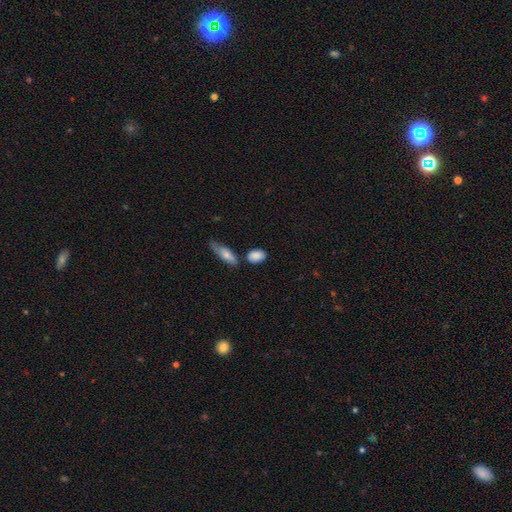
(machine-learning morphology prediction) Q: Smooth or featured?
A: smooth (87%); runner-up: featured or disk (7%)
Q: How rounded?
A: in between (85%); runner-up: round (12%)
Q: Merging?
A: none (70%); runner-up: minor disturbance (16%)